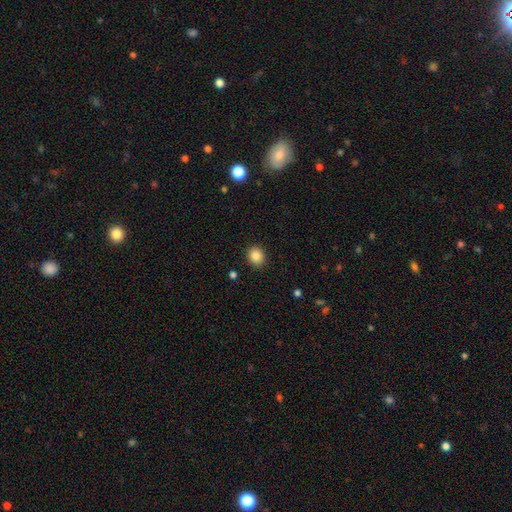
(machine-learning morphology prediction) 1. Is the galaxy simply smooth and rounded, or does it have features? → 86% smooth, 10% star or artifact, 4% featured or disk.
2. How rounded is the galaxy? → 78% round, 21% in between, 1% cigar-shaped.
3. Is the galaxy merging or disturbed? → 91% none, 6% minor disturbance, 2% major disturbance, 1% merger.